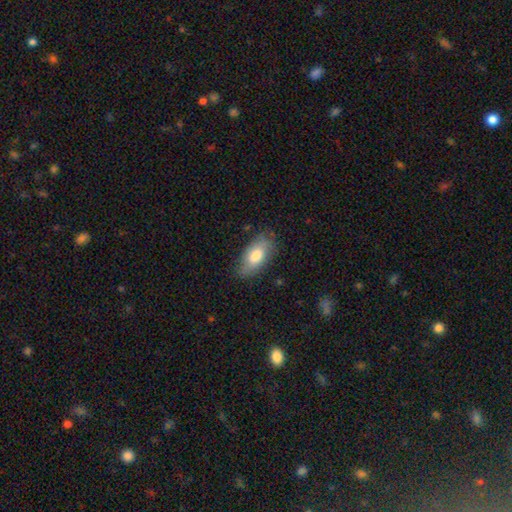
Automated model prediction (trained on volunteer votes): smooth-or-featured: smooth: 75% | featured or disk: 19% | star or artifact: 6%
  how-rounded: in between: 90% | cigar-shaped: 6% | round: 4%
  merging: none: 73% | minor disturbance: 21% | major disturbance: 5% | merger: 1%